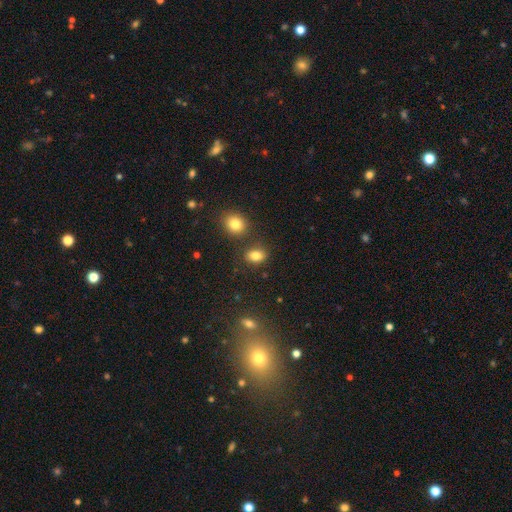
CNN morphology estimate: smooth_or_featured: smooth (p=0.82) [alt: star or artifact p=0.12]
how_rounded: in between (p=0.68) [alt: round p=0.30]
merging: none (p=0.77) [alt: minor disturbance p=0.11]